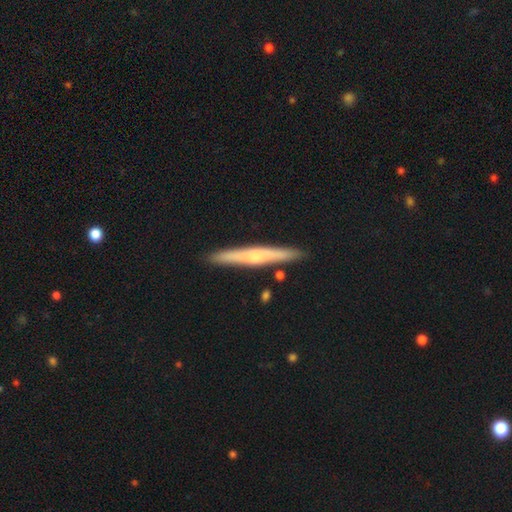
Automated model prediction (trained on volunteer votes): Q: Smooth or featured?
A: featured or disk (53%); runner-up: smooth (42%)
Q: Edge-on disk?
A: yes (96%); runner-up: no (4%)
Q: Edge-on bulge?
A: rounded (64%); runner-up: none (29%)
Q: Merging?
A: none (89%); runner-up: minor disturbance (7%)